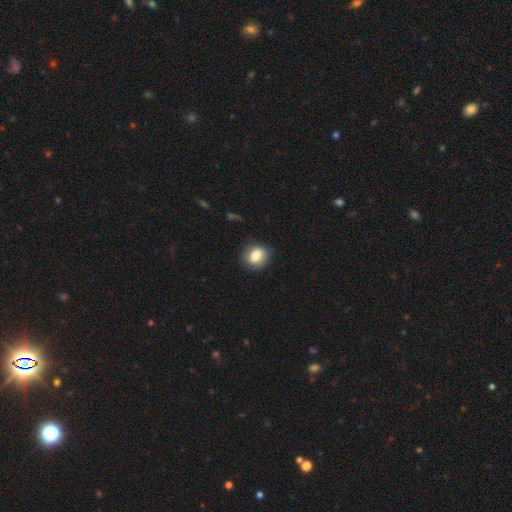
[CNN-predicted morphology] smooth 79%, featured or disk 13%, star or artifact 8%. Down the decision tree: how rounded — round (60%); merging — none (79%).